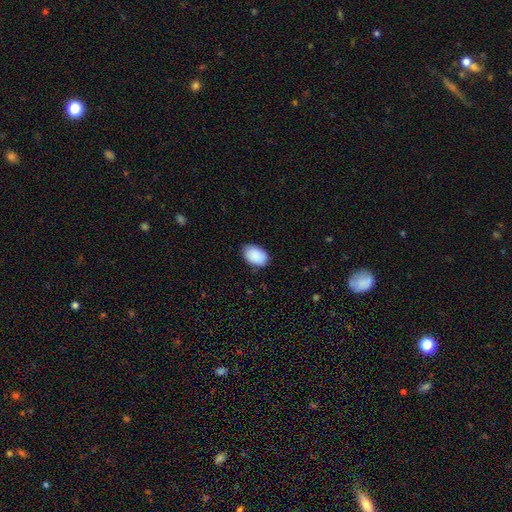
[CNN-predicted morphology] Smooth or featured: smooth — 91% (star or artifact — 6%)
How rounded: in between — 89% (round — 10%)
Merging: none — 85% (minor disturbance — 12%)